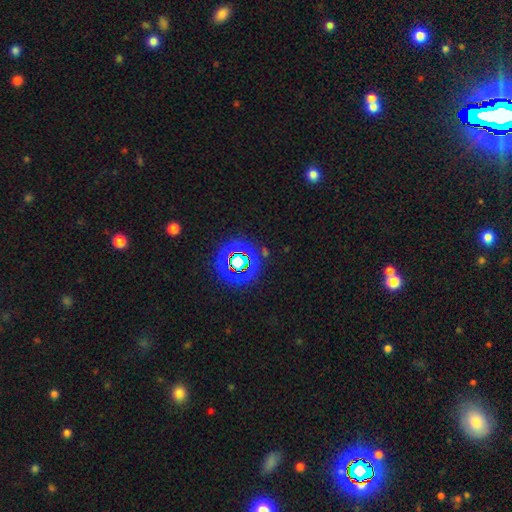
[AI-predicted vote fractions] smooth_or_featured: star or artifact (p=0.73) [alt: smooth p=0.16]